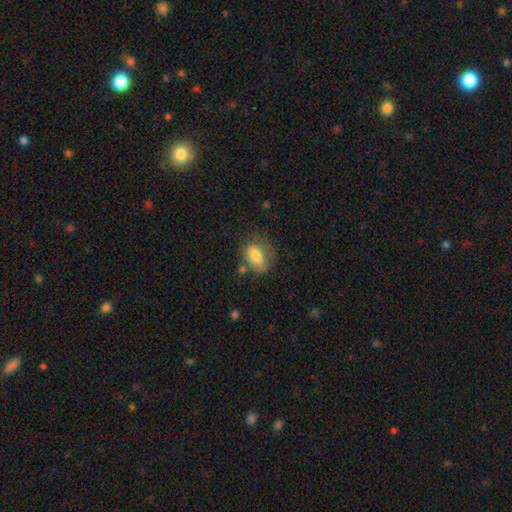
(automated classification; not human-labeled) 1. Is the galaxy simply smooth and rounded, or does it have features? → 74% smooth, 19% featured or disk, 8% star or artifact.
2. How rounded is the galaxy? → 77% in between, 20% round, 2% cigar-shaped.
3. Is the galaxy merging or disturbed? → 54% none, 26% minor disturbance, 12% major disturbance, 7% merger.